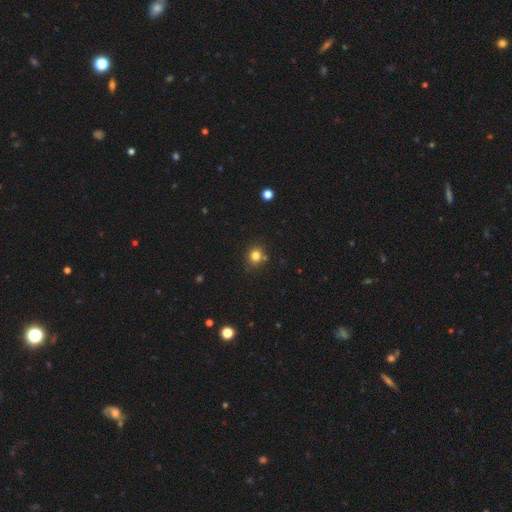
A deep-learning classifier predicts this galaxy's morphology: This appears to be a smooth galaxy with no disk features (80%) that is round (79%). Merging: none (76%).